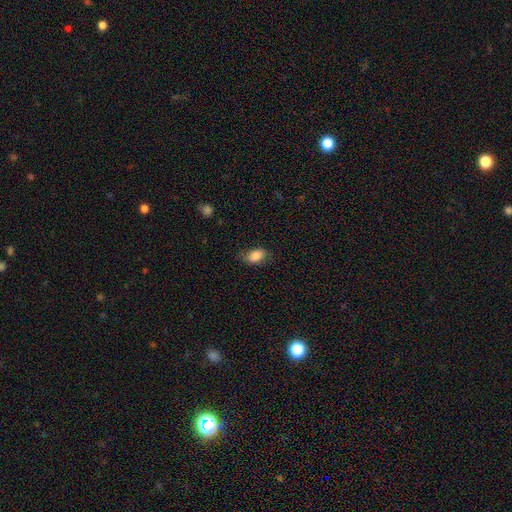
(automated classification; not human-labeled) Q: Smooth or featured?
A: smooth (84%); runner-up: featured or disk (9%)
Q: How rounded?
A: in between (89%); runner-up: round (9%)
Q: Merging?
A: none (72%); runner-up: minor disturbance (21%)